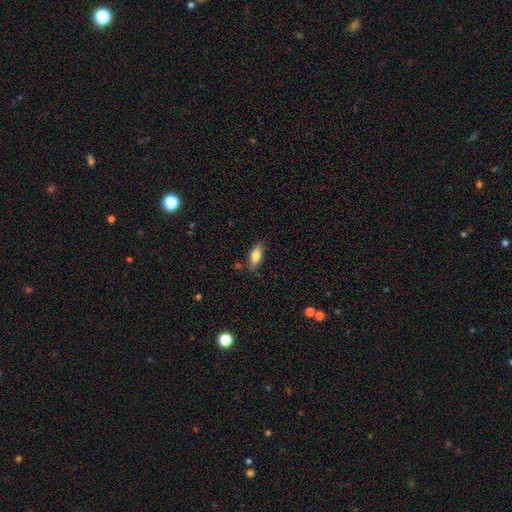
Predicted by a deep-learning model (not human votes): smooth_or_featured: smooth (p=0.79) [alt: featured or disk p=0.14]
how_rounded: in between (p=0.81) [alt: cigar-shaped p=0.16]
merging: none (p=0.79) [alt: minor disturbance p=0.15]